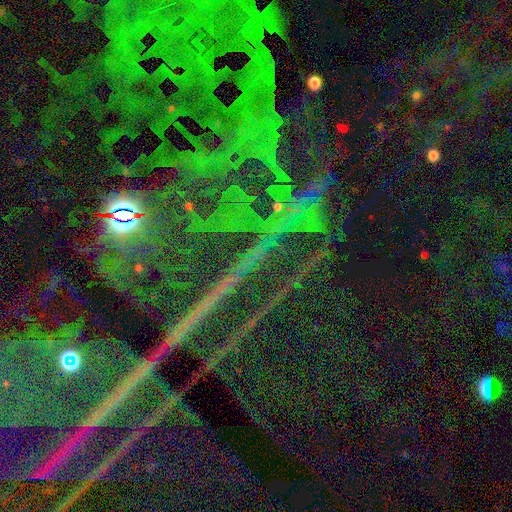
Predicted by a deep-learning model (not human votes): This is clearly a star or artifact rather than a galaxy (86%).